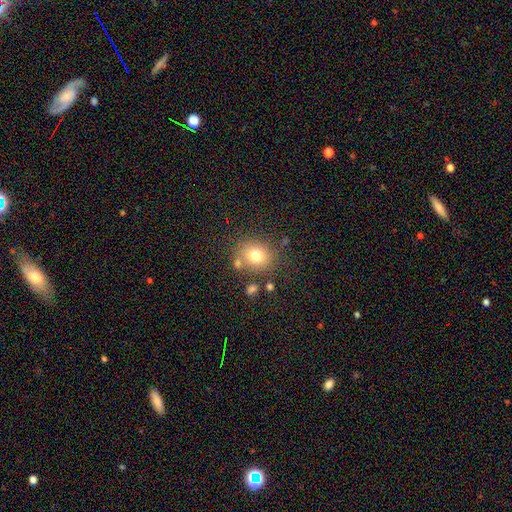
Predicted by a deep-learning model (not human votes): A smooth galaxy with no disk features (75%) that is round (69%).

Vote fractions:
- Smooth or featured? smooth: 75% / star or artifact: 13% / featured or disk: 12%
- How rounded? round: 69% / in between: 30% / cigar-shaped: 1%
- Merging? none: 72% / minor disturbance: 13% / merger: 10% / major disturbance: 5%